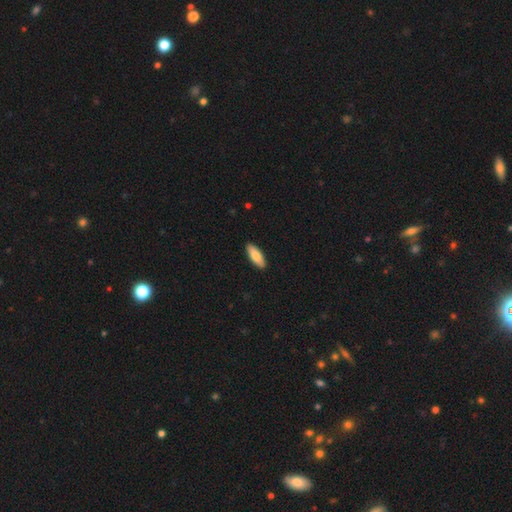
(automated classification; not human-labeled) Morphology: type=smooth (80%); roundness=in between (68%); merging=none (91%).